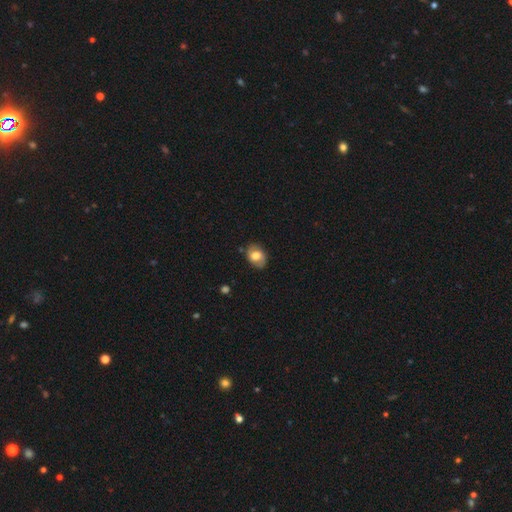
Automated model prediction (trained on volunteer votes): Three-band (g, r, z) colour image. It shows a smooth galaxy with no disk features (58%) that is in between round and cigar-shaped (71%). Merging: none (79%).